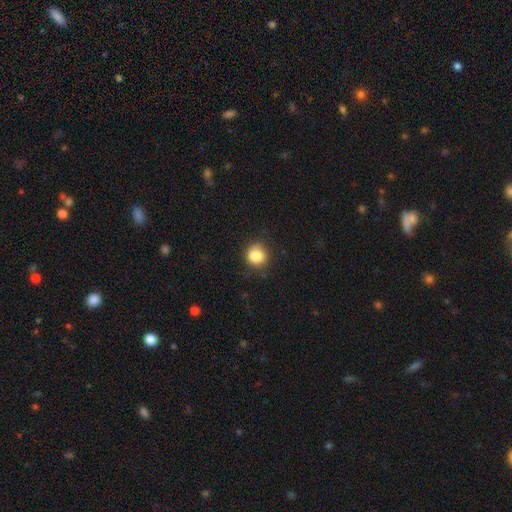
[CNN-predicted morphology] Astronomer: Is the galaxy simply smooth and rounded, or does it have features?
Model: smooth — 84%.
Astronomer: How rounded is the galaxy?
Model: round — 85%.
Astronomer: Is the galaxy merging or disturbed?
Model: none — 81%.